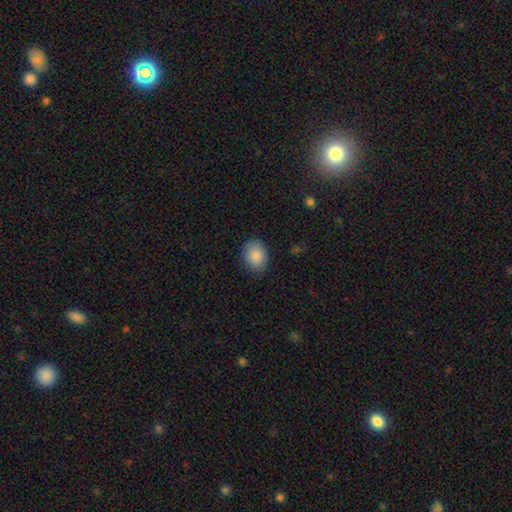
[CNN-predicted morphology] Smooth or featured?
  - smooth: 87% *
  - star or artifact: 7%
  - featured or disk: 6%
How rounded?
  - in between: 64% *
  - round: 35%
  - cigar-shaped: 1%
Merging?
  - none: 84% *
  - minor disturbance: 13%
  - major disturbance: 3%
  - merger: 1%